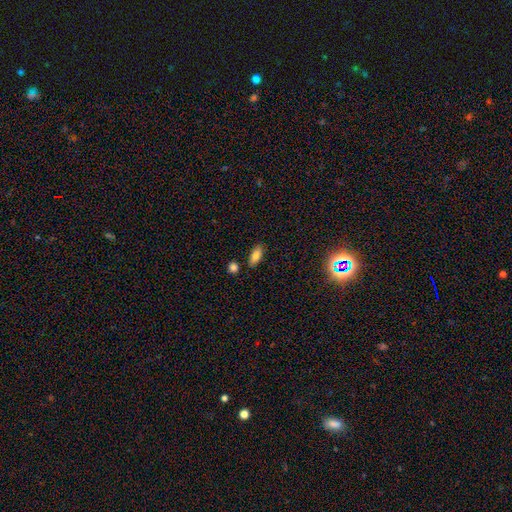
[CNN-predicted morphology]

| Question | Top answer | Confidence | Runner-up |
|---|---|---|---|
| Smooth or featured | smooth | 81% | featured or disk (10%) |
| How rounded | in between | 85% | cigar-shaped (12%) |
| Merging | none | 82% | minor disturbance (11%) |